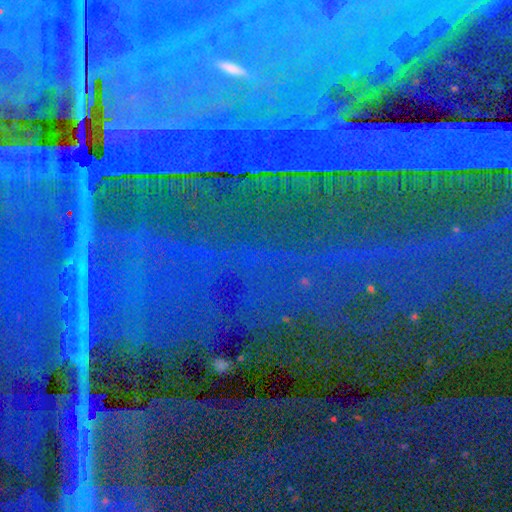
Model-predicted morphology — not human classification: Q: Smooth or featured?
A: star or artifact (89%); runner-up: featured or disk (6%)